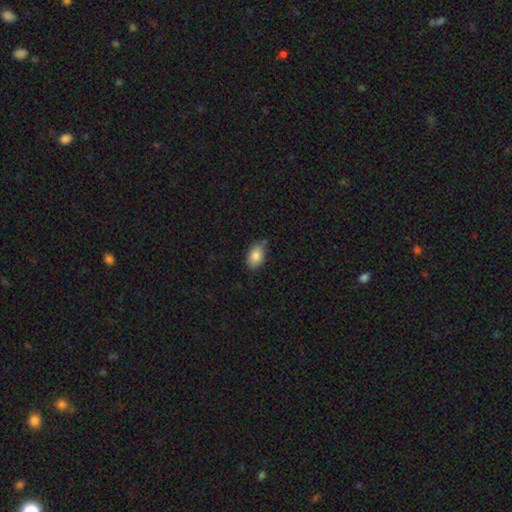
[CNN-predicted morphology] smooth-or-featured: smooth: 85% | featured or disk: 8% | star or artifact: 8%
  how-rounded: in between: 87% | round: 12% | cigar-shaped: 2%
  merging: none: 62% | minor disturbance: 28% | major disturbance: 5% | merger: 4%